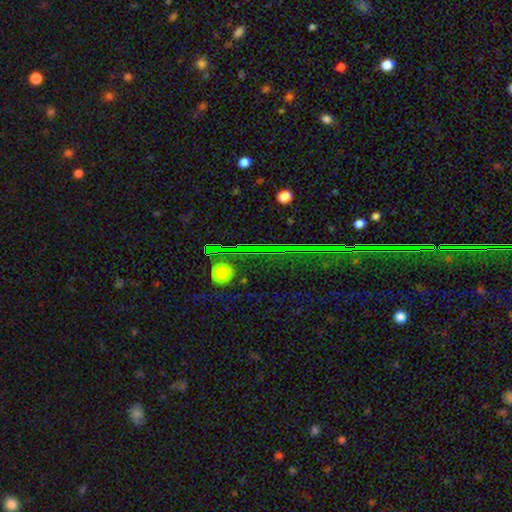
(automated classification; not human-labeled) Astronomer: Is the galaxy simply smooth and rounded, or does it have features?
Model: star or artifact — 78%.